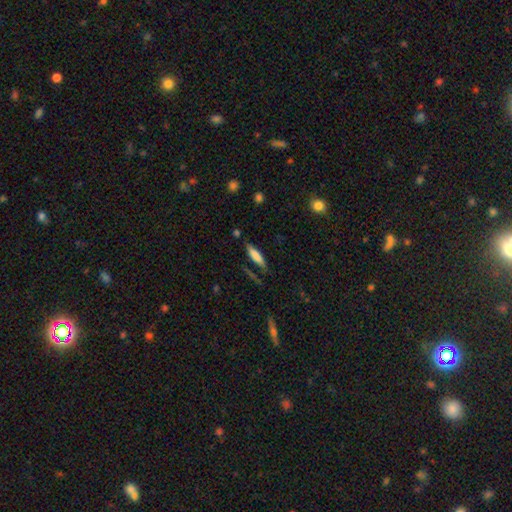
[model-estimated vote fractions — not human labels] Morphology: type=smooth (76%); roundness=cigar-shaped (71%); merging=none (73%).